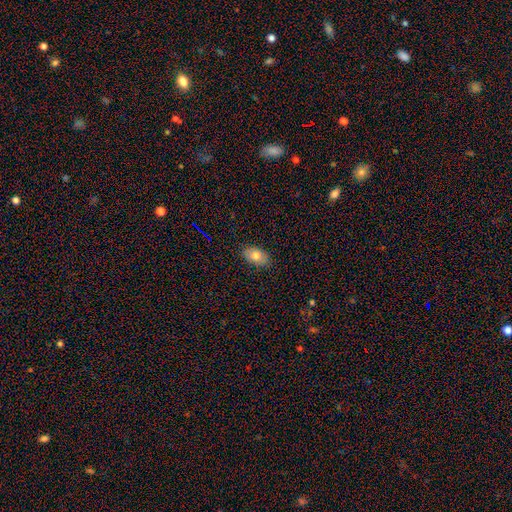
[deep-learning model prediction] smooth-or-featured: smooth: 78% | featured or disk: 14% | star or artifact: 9%
  how-rounded: in between: 89% | round: 9% | cigar-shaped: 2%
  merging: none: 87% | minor disturbance: 10% | major disturbance: 2% | merger: 1%